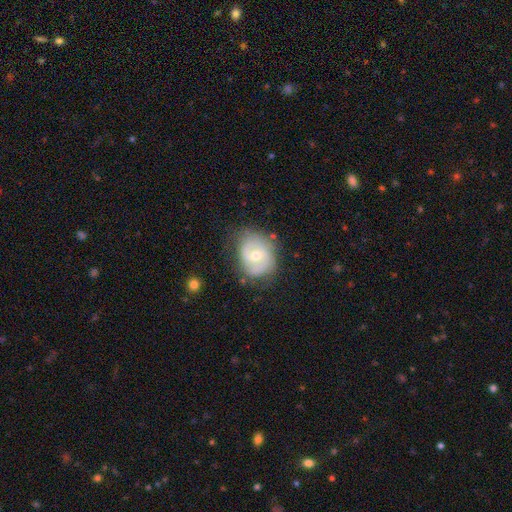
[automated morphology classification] This is possibly a featured or disk galaxy (59%). It is clearly not viewed edge-on (96%). Bar: likely no (63%). Spiral arm pattern: likely yes (71%). Central bulge: likely moderate (61%). Merging: likely none (67%).